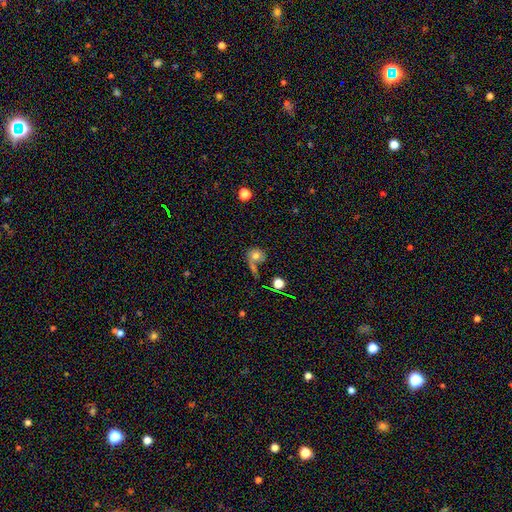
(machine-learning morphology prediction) smooth 71%, featured or disk 17%, star or artifact 12%. Down the decision tree: how rounded — round (67%); merging — none (38%).